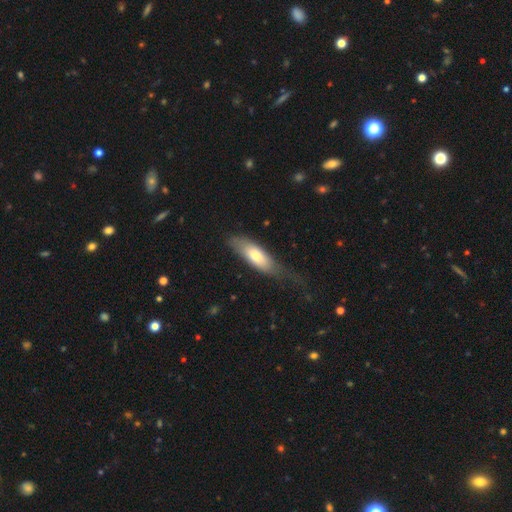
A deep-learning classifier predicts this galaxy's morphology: type=smooth (72%); roundness=in between (67%); merging=none (43%).